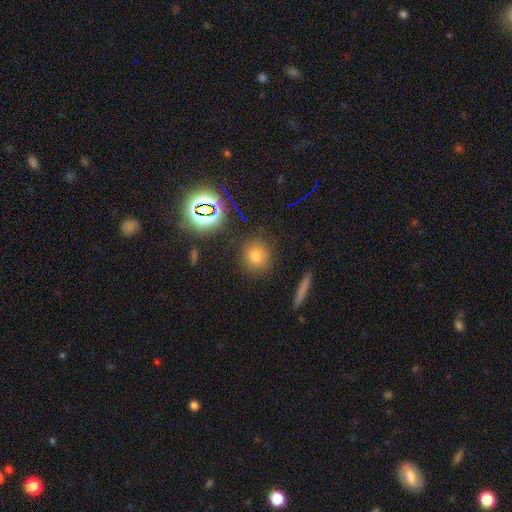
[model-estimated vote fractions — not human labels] smooth 72%, star or artifact 19%, featured or disk 9%. Down the decision tree: how rounded — round (85%); merging — none (85%).